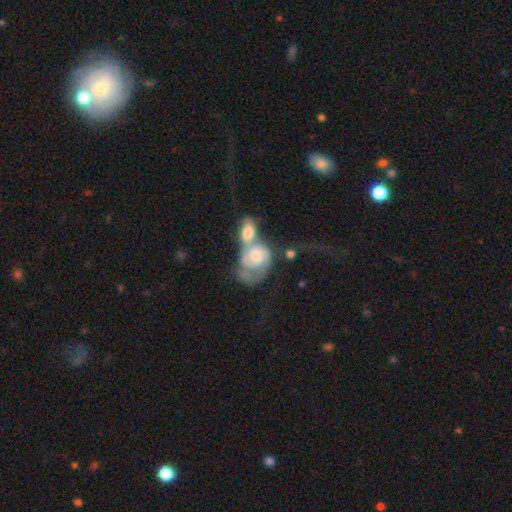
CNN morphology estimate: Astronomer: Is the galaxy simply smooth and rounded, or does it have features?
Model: featured or disk — 75%.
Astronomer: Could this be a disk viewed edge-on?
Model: no — 97%.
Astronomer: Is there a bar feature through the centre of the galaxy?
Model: no — 66%.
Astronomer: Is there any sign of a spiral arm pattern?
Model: yes — 91%.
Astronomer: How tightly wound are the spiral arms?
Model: tight — 45% (runner-up: medium, 39%).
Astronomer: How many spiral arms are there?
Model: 2 — 64%.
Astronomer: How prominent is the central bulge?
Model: moderate — 59%.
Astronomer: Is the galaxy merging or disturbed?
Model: merger — 70%.